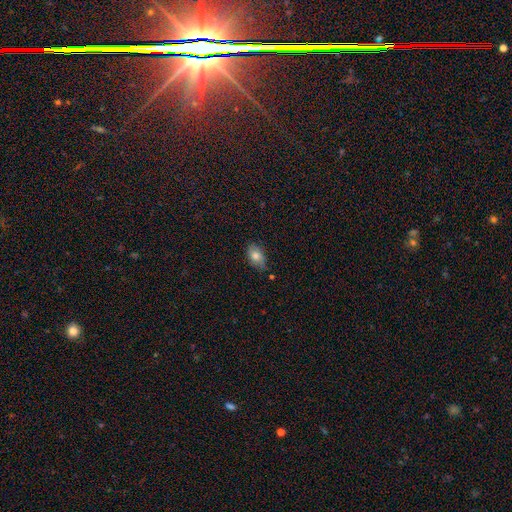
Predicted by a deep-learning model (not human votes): Morphology: type=smooth (78%); roundness=in between (87%); merging=none (67%).